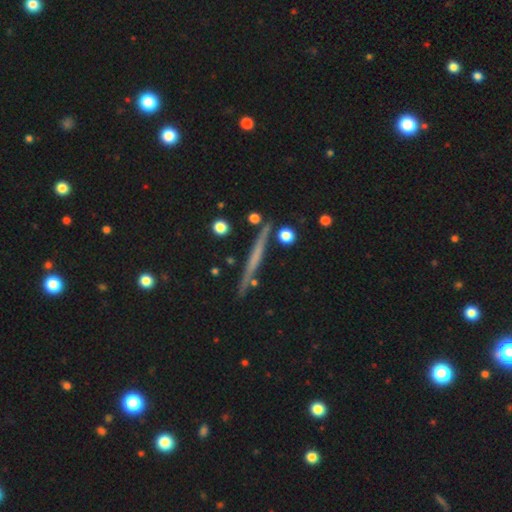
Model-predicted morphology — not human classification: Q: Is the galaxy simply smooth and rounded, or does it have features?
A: featured or disk — 56%.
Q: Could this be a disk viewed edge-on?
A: yes — 96%.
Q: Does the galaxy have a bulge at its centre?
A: none — 83%.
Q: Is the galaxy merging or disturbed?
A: none — 87%.